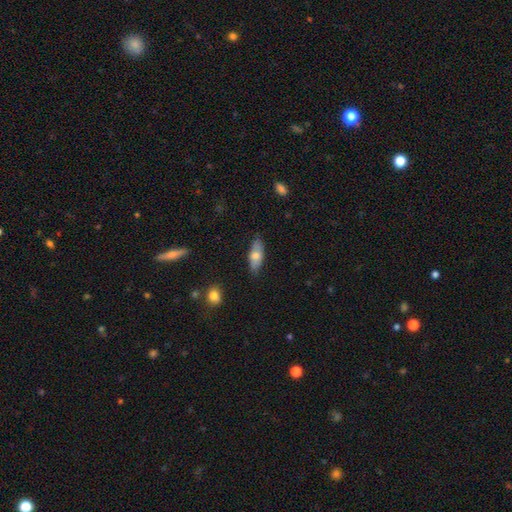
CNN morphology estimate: Smooth or featured?
  - smooth: 67% *
  - featured or disk: 27%
  - star or artifact: 7%
How rounded?
  - in between: 71% *
  - cigar-shaped: 26%
  - round: 3%
Merging?
  - none: 81% *
  - minor disturbance: 15%
  - major disturbance: 3%
  - merger: 2%